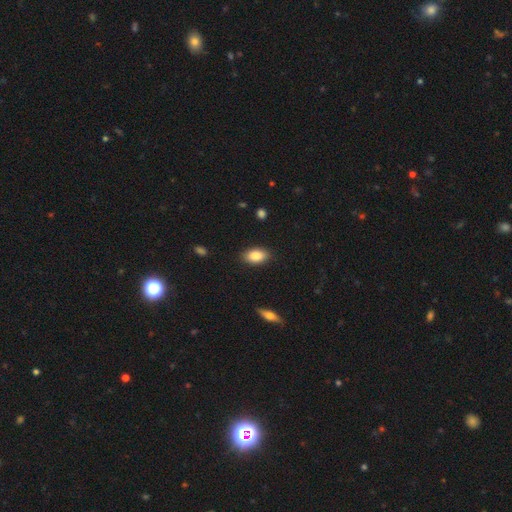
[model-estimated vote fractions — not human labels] A smooth galaxy with no disk features (86%) that is in between round and cigar-shaped (91%).

Vote fractions:
- Smooth or featured? smooth: 86% / star or artifact: 7% / featured or disk: 7%
- How rounded? in between: 91% / round: 6% / cigar-shaped: 3%
- Merging? none: 87% / minor disturbance: 10% / major disturbance: 2% / merger: 1%